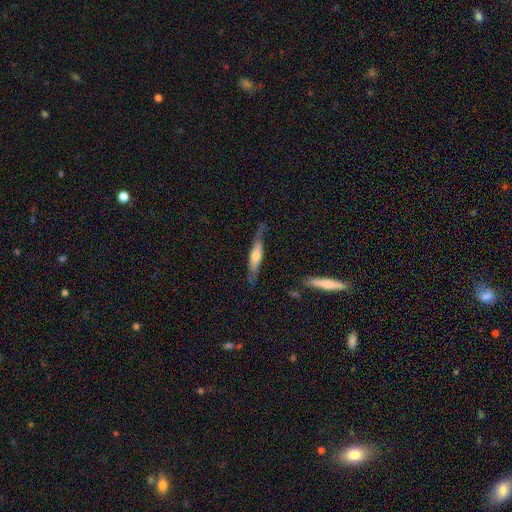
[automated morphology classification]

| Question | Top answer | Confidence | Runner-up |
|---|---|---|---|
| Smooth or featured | featured or disk | 50% | smooth (44%) |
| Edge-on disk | yes | 80% | no (20%) |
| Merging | none | 68% | minor disturbance (23%) |